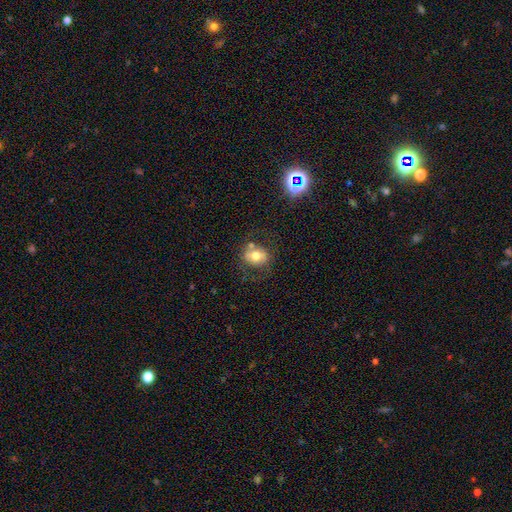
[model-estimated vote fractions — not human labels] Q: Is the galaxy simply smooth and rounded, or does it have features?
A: smooth — 60%.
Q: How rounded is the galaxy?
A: round — 62%.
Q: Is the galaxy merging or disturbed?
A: none — 61%.